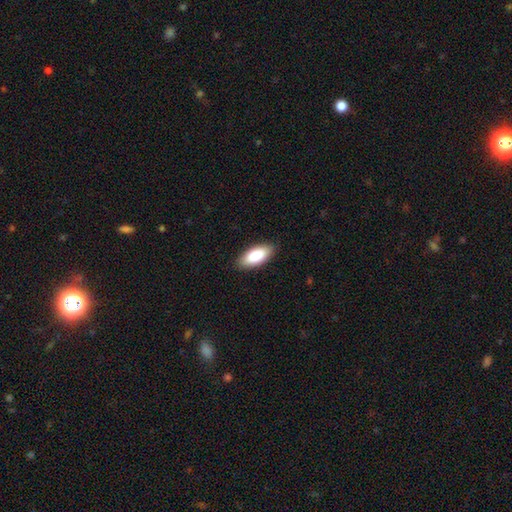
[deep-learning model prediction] Q: Smooth or featured?
A: smooth (85%); runner-up: featured or disk (9%)
Q: How rounded?
A: in between (86%); runner-up: cigar-shaped (12%)
Q: Merging?
A: none (88%); runner-up: minor disturbance (9%)